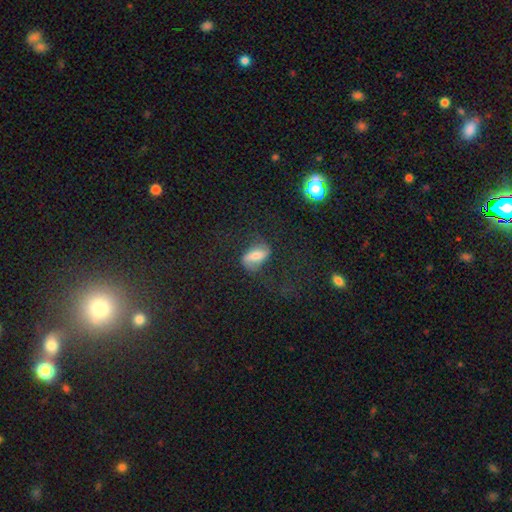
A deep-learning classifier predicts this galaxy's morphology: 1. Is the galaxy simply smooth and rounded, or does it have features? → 46% smooth, 41% featured or disk, 13% star or artifact.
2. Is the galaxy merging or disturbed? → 61% none, 19% minor disturbance, 18% major disturbance, 3% merger.